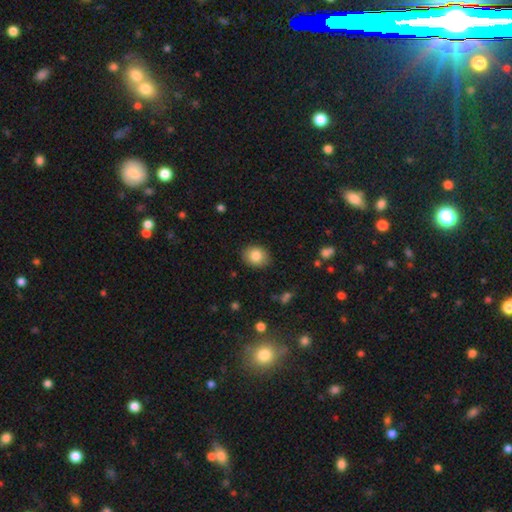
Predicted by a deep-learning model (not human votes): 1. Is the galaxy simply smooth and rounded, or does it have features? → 84% smooth, 8% star or artifact, 8% featured or disk.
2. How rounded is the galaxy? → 50% round, 49% in between, 1% cigar-shaped.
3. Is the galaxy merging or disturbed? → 87% none, 9% minor disturbance, 2% major disturbance, 1% merger.